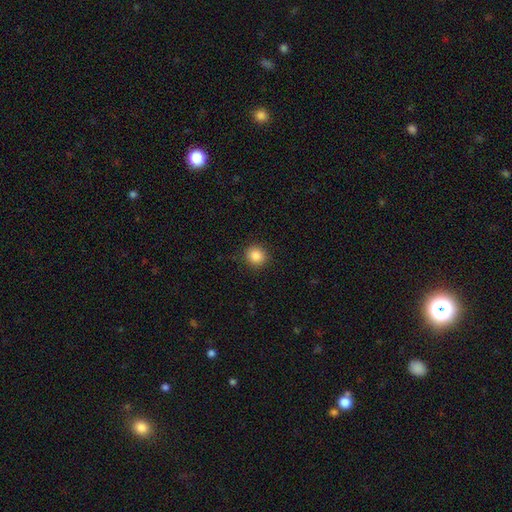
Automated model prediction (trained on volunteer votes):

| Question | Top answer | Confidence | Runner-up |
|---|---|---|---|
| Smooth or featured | smooth | 86% | star or artifact (10%) |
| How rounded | round | 88% | in between (11%) |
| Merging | none | 90% | minor disturbance (7%) |